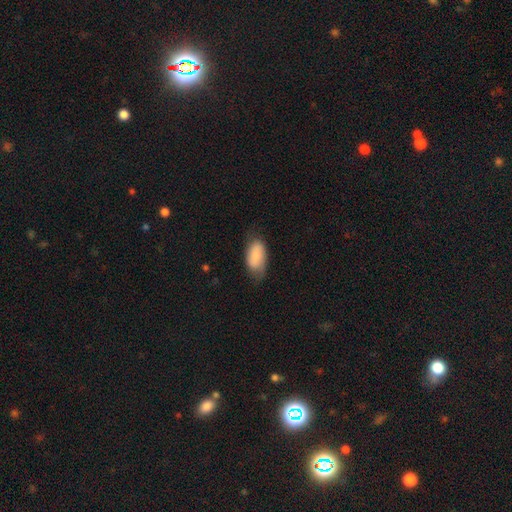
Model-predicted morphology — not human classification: This is likely a smooth galaxy (77%). How rounded: clearly in between (93%). Merging: likely none (62%).